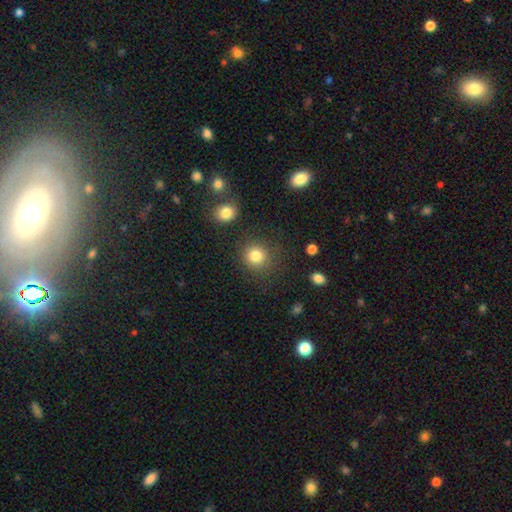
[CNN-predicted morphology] The model was most divided on "smooth or featured": smooth: 84%, star or artifact: 11%, featured or disk: 6%. More confident: how rounded — round (89%); merging — none (83%).